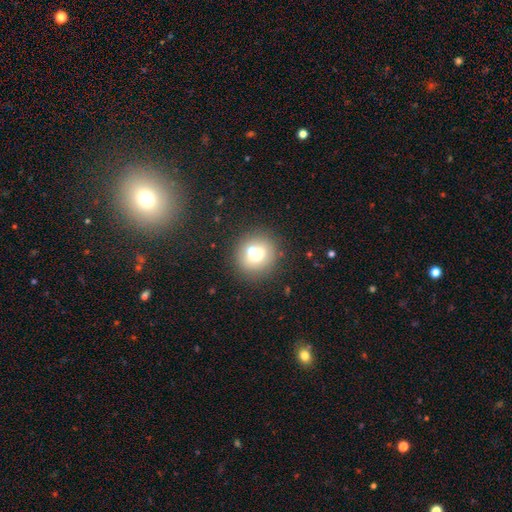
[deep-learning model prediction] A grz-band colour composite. It shows a smooth galaxy with no disk features (65%) that is round (89%). Merging: none (63%).